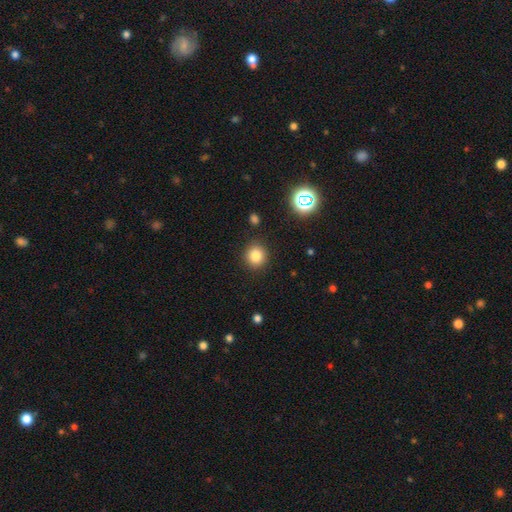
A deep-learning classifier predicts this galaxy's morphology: This is clearly a smooth galaxy (82%). How rounded: clearly round (87%). Merging: clearly none (89%).